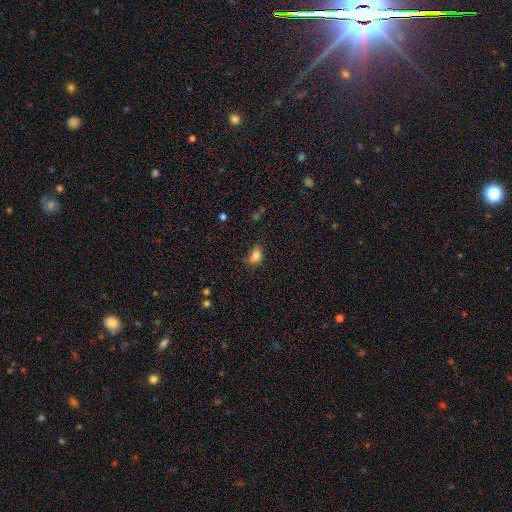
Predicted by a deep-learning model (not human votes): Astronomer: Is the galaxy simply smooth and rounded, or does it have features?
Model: smooth — 84%.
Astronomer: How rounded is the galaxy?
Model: in between — 81%.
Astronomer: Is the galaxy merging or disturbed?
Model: none — 67%.